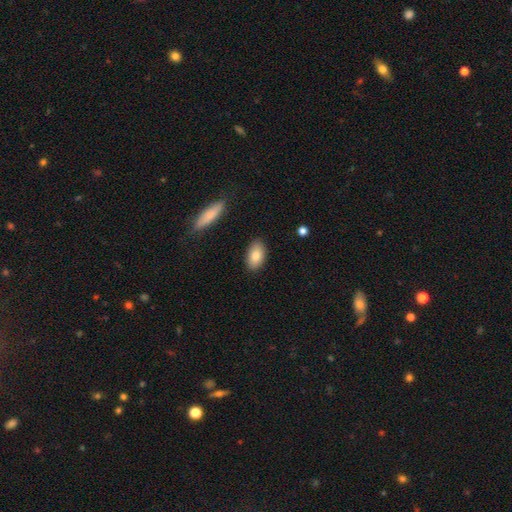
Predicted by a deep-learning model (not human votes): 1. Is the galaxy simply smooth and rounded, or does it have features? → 83% smooth, 11% featured or disk, 7% star or artifact.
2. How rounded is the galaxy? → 92% in between, 5% round, 3% cigar-shaped.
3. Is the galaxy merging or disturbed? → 87% none, 9% minor disturbance, 2% major disturbance, 2% merger.